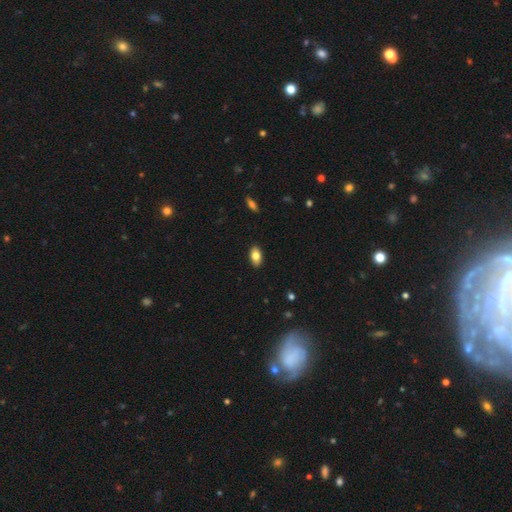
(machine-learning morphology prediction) type=smooth (81%); roundness=in between (92%); merging=none (90%).